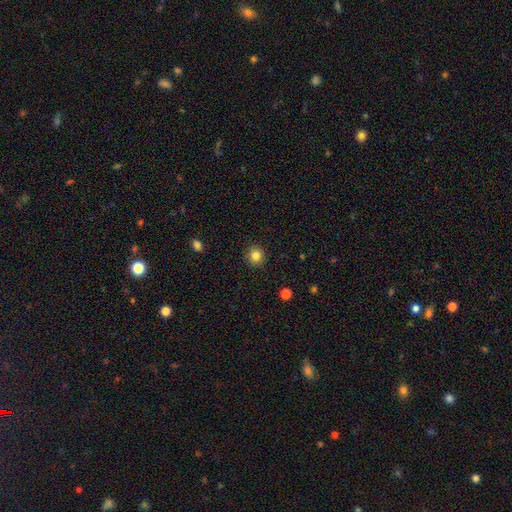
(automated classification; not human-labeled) Morphology: type=smooth (84%); roundness=round (90%); merging=none (91%).